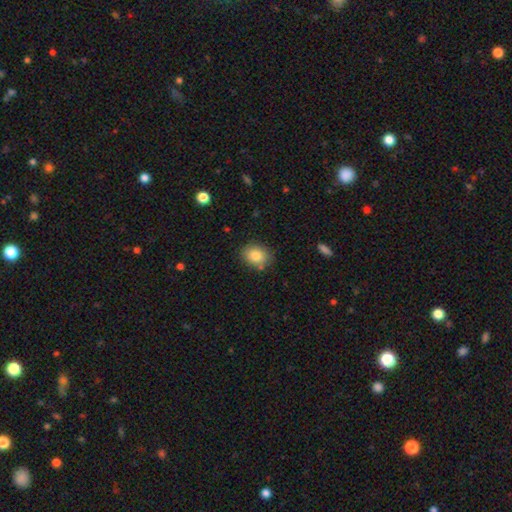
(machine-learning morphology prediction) Smooth or featured? Predicted: smooth (p=0.83). How rounded? Predicted: in between (p=0.57). Merging? Predicted: none (p=0.81).